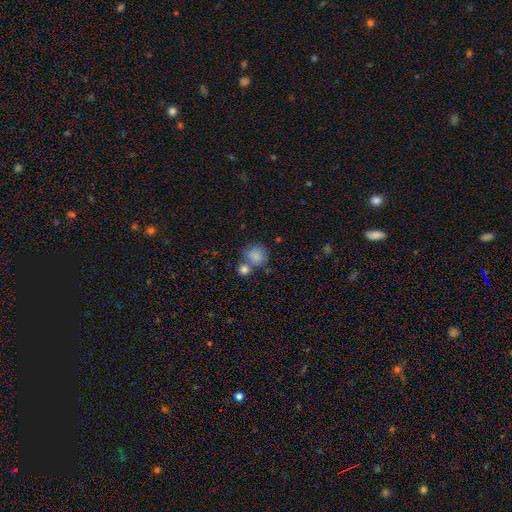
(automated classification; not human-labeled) Morphology: type=smooth (83%); roundness=round (84%); merging=none (51%).